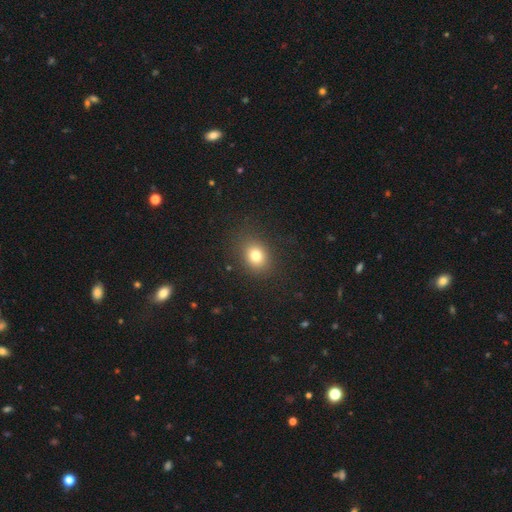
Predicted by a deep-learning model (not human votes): smooth 78%, star or artifact 13%, featured or disk 9%. Down the decision tree: how rounded — round (54%); merging — none (85%).